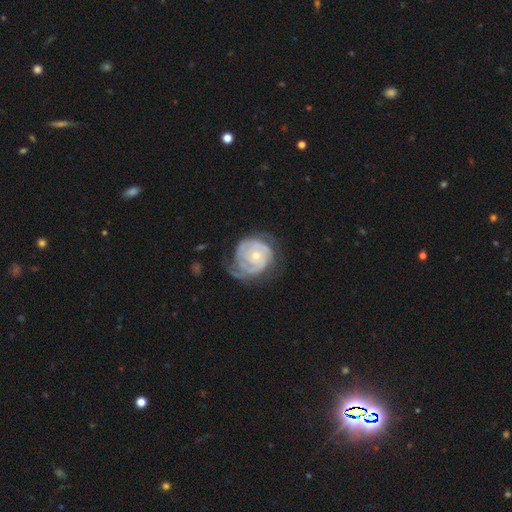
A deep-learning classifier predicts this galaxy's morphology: smooth-or-featured: featured or disk: 85% | smooth: 11% | star or artifact: 5%
  disk-edge-on: no: 98% | yes: 2%
    bar: no: 78% | weak: 18% | strong: 4%
    has-spiral-arms: yes: 95% | no: 5%
      spiral-winding: tight: 73% | medium: 21% | loose: 6%
      spiral-arm-count: 2: 35% | can't tell: 26% | 3: 21% | 1: 8% | 4: 6% | more than 4: 4%
    bulge-size: small: 57% | moderate: 39% | large: 2% | none: 2% | dominant: 1%
  merging: none: 53% | minor disturbance: 25% | major disturbance: 19% | merger: 2%